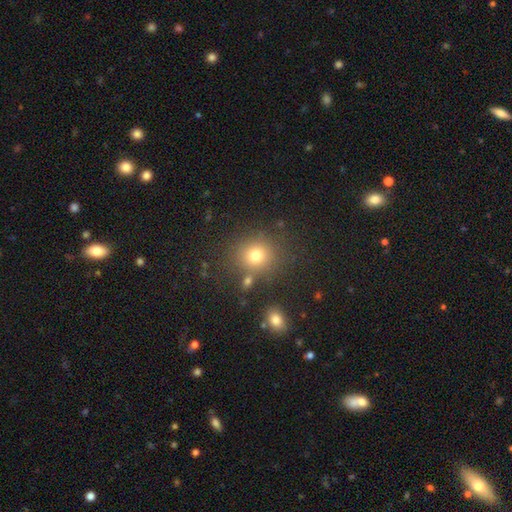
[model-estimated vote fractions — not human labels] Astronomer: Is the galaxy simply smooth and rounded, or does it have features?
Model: smooth — 76%.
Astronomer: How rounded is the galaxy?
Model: round — 81%.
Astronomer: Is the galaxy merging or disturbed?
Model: none — 78%.